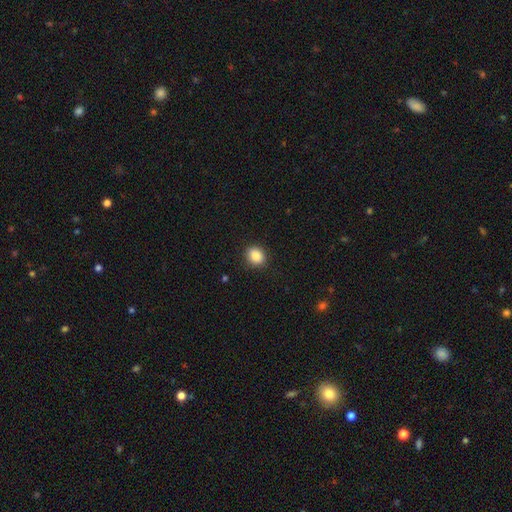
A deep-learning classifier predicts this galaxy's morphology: Overall: smooth (88%). How rounded: round (68%; in between 31%). Merging: none (89%).